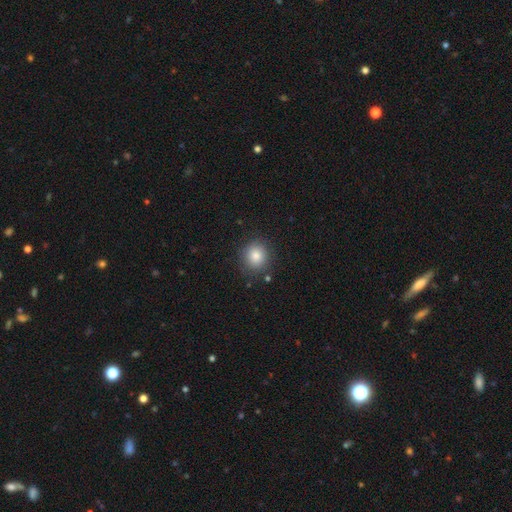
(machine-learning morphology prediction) type=smooth (83%); roundness=round (86%); merging=none (85%).